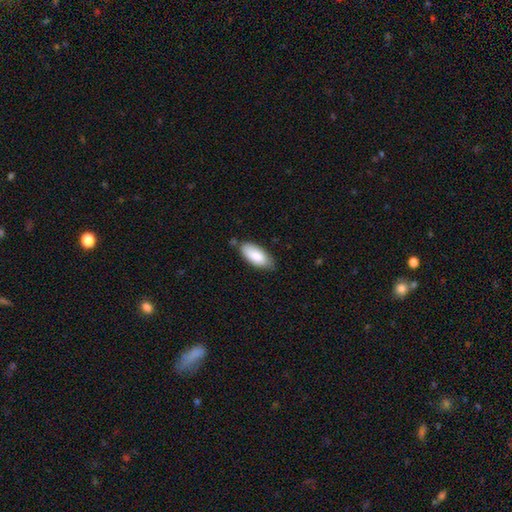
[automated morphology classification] type=smooth (86%); roundness=in between (88%); merging=none (72%).